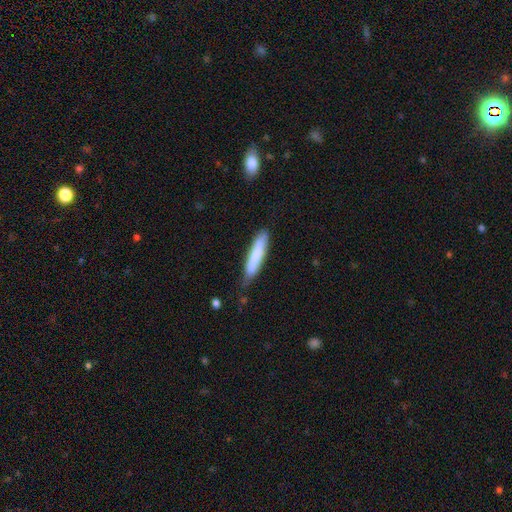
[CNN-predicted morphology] Q: Smooth or featured?
A: smooth (75%); runner-up: featured or disk (20%)
Q: How rounded?
A: cigar-shaped (88%); runner-up: in between (11%)
Q: Merging?
A: none (71%); runner-up: minor disturbance (23%)